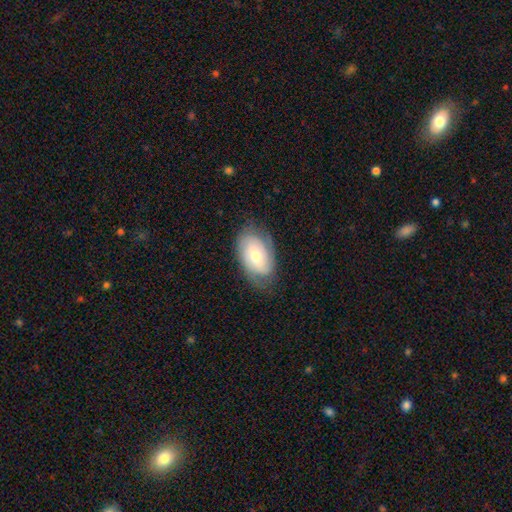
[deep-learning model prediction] Smooth or featured: featured or disk — 50% (smooth — 43%)
Edge-on disk: no — 94% (yes — 6%)
Merging: none — 71% (minor disturbance — 21%)